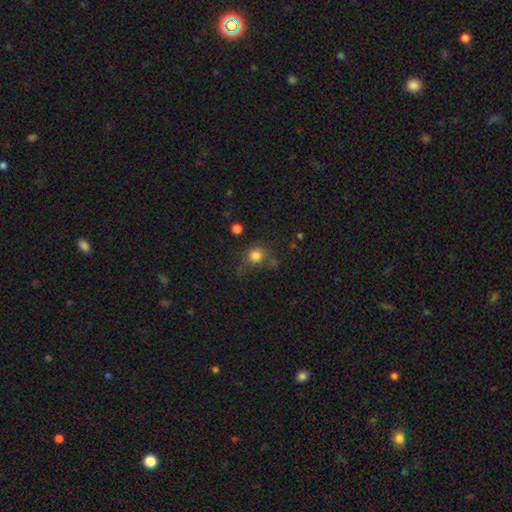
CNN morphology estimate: type=smooth (81%); roundness=round (83%); merging=none (70%).